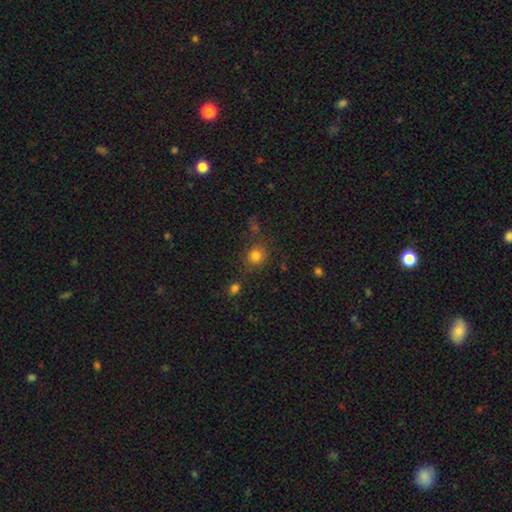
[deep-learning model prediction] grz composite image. It shows a smooth galaxy with no disk features (78%) that is round (78%). Merging: none (74%).